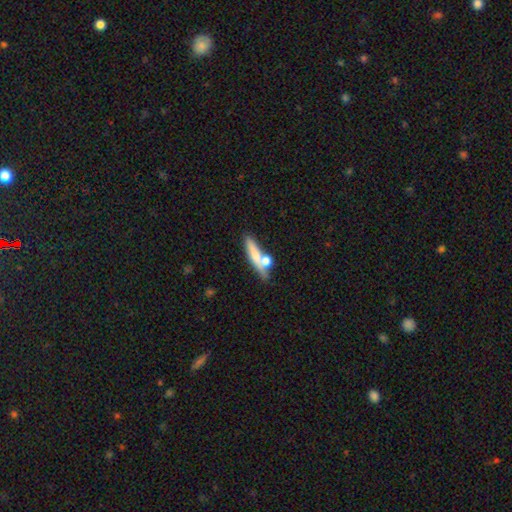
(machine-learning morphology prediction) The model was most divided on "merging": none: 50%, merger: 29%, minor disturbance: 14%, major disturbance: 7%. More confident: how rounded — cigar-shaped (69%); smooth or featured — smooth (62%).